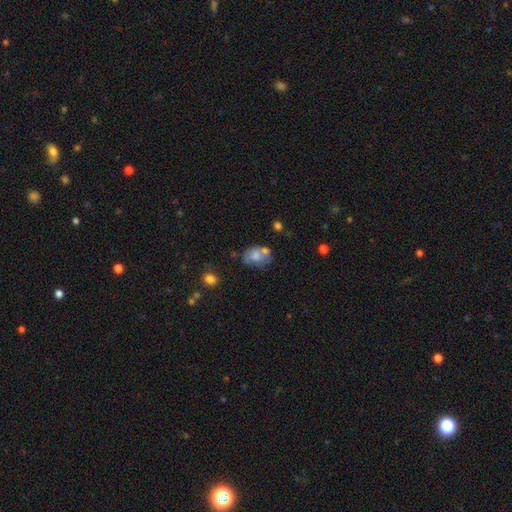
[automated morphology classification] smooth_or_featured: smooth (p=0.60) [alt: featured or disk p=0.31]
how_rounded: in between (p=0.64) [alt: round p=0.34]
merging: none (p=0.35) [alt: merger p=0.28]